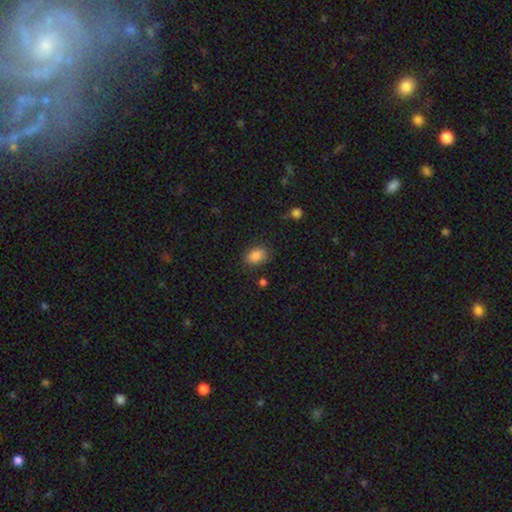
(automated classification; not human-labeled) The model was most divided on "how rounded": in between: 81%, round: 18%, cigar-shaped: 1%. More confident: smooth or featured — smooth (87%); merging — none (83%).